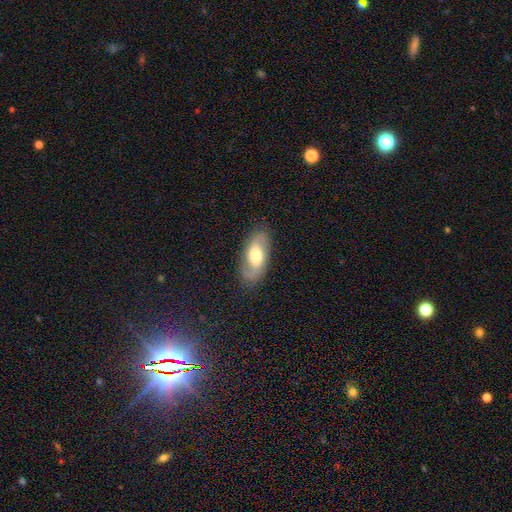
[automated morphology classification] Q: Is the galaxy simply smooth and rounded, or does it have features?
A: featured or disk — 64%.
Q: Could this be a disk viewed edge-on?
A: no — 92%.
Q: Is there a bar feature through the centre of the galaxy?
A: no — 51%.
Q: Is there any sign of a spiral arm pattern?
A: yes — 87%.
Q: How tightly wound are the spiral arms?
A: loose — 47%.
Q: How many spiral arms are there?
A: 2 — 86%.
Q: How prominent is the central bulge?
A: moderate — 62%.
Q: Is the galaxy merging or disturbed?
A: none — 81%.